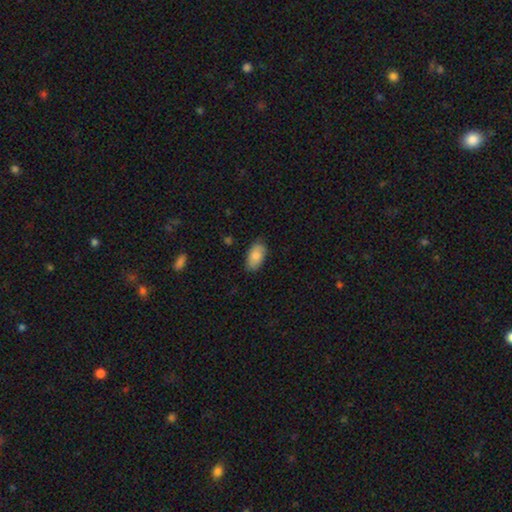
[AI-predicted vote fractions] A smooth galaxy with no disk features (82%) that is in between round and cigar-shaped (94%).

Vote fractions:
- Smooth or featured? smooth: 82% / featured or disk: 12% / star or artifact: 6%
- How rounded? in between: 94% / round: 4% / cigar-shaped: 2%
- Merging? none: 78% / minor disturbance: 18% / major disturbance: 3% / merger: 1%